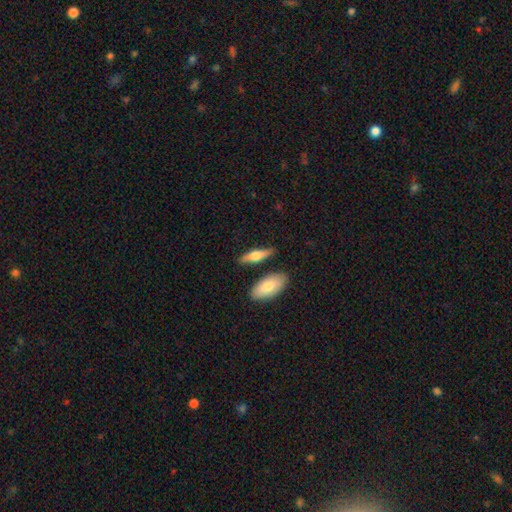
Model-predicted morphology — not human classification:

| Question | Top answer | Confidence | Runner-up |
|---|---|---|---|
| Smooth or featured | smooth | 58% | featured or disk (36%) |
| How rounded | cigar-shaped | 52% | in between (45%) |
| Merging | none | 78% | minor disturbance (12%) |